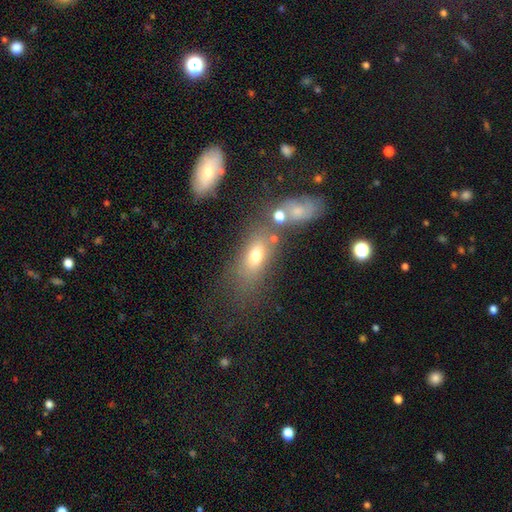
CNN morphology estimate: Smooth or featured? smooth (66%)
How rounded? in between (68%)
Merging? none (56%)